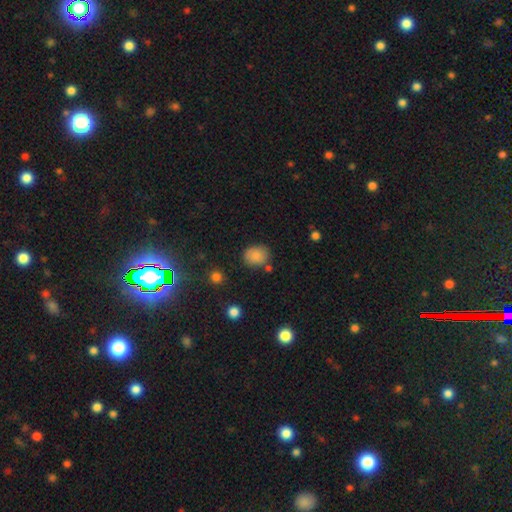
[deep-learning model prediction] Overall: smooth (83%). How rounded: round (52%; in between 47%). Merging: none (77%).